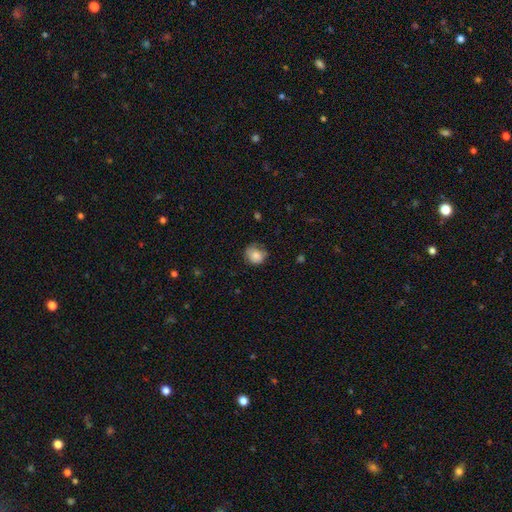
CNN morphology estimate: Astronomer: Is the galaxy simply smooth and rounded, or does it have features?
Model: smooth — 81%.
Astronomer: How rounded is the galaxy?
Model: round — 70%.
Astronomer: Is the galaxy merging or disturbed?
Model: none — 60%.